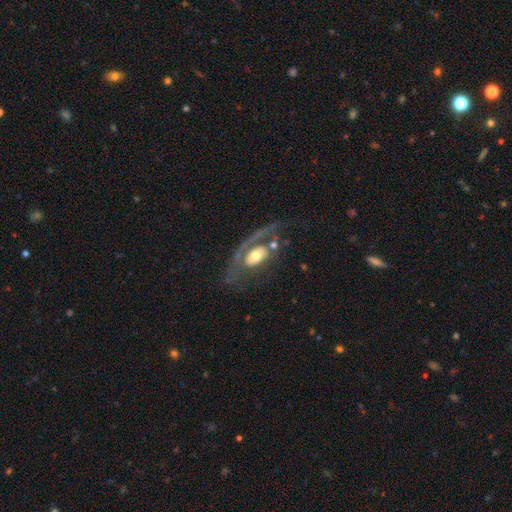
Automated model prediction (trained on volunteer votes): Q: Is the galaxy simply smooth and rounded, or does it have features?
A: featured or disk — 62%.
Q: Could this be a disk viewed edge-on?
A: no — 90%.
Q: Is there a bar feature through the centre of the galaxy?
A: no — 80%.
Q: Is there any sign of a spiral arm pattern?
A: no — 55%.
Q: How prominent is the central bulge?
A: moderate — 61%.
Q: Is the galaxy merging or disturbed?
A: major disturbance — 38%.